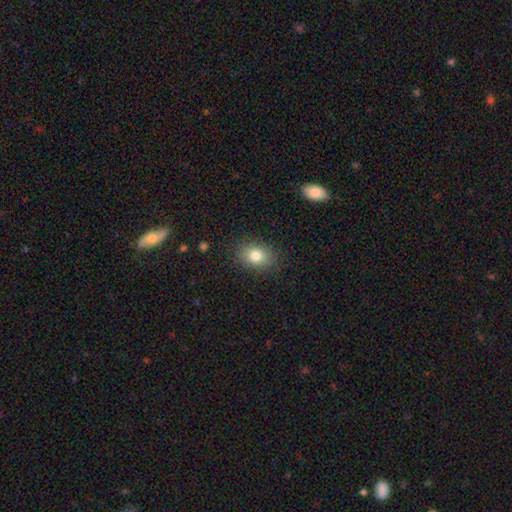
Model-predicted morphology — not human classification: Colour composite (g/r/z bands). It shows a smooth galaxy with no disk features (80%) that is in between round and cigar-shaped (70%). Merging: none (87%).